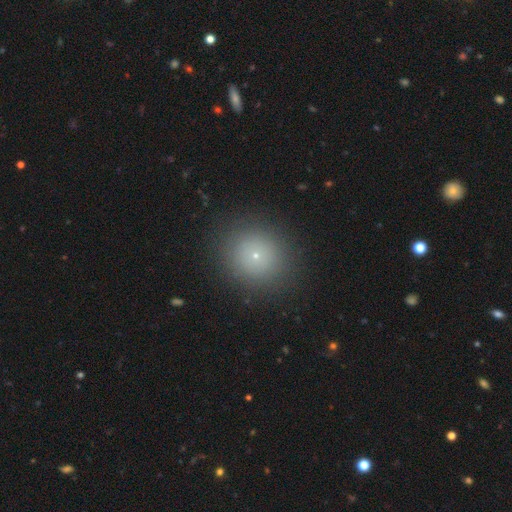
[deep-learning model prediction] smooth-or-featured: smooth: 71% | star or artifact: 17% | featured or disk: 12%
  how-rounded: round: 88% | in between: 11% | cigar-shaped: 1%
  merging: none: 89% | minor disturbance: 7% | major disturbance: 3% | merger: 1%